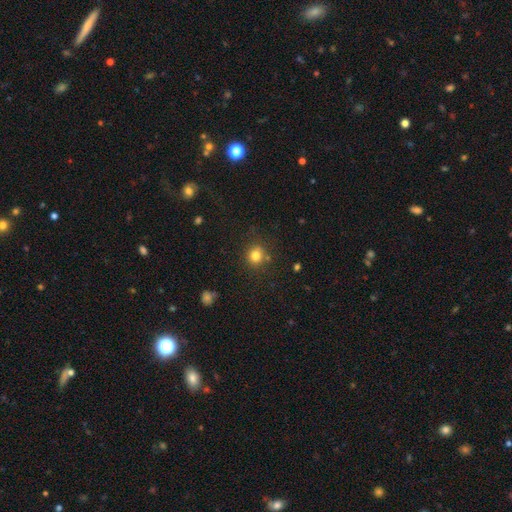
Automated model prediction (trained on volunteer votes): Overall: smooth (79%). How rounded: round (83%). Merging: none (79%).